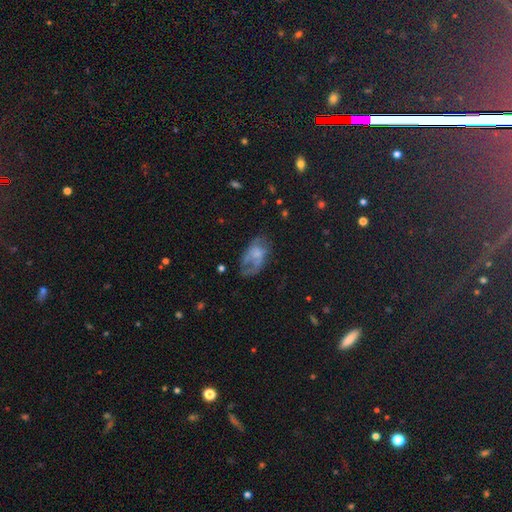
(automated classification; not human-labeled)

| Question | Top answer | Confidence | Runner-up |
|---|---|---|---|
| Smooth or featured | featured or disk | 46% | smooth (44%) |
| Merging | none | 38% | major disturbance (33%) |